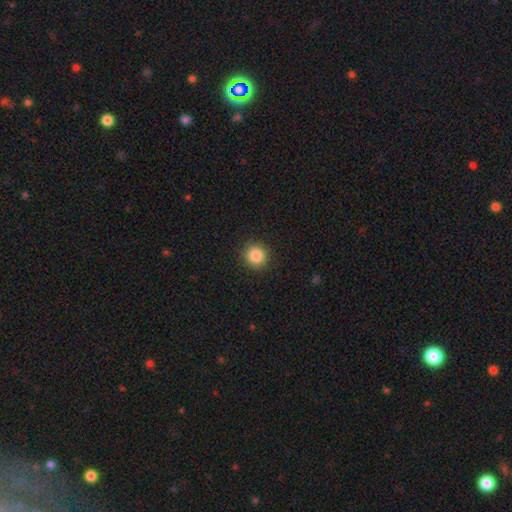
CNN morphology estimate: A smooth galaxy with no disk features (86%) that is round (93%).

Vote fractions:
- Smooth or featured? smooth: 86% / star or artifact: 10% / featured or disk: 4%
- How rounded? round: 93% / in between: 6% / cigar-shaped: 1%
- Merging? none: 91% / minor disturbance: 6% / major disturbance: 2% / merger: 1%